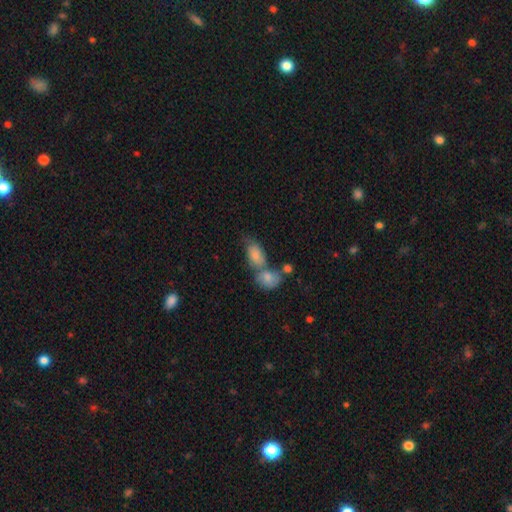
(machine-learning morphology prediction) A smooth galaxy with no disk features (67%) that is in between round and cigar-shaped (81%). Merging: merger (48%).